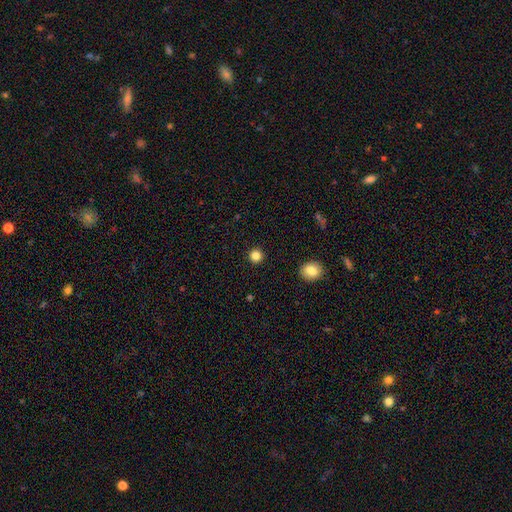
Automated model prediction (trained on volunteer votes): Smooth or featured? Predicted: smooth (p=0.83). How rounded? Predicted: round (p=0.95). Merging? Predicted: none (p=0.93).